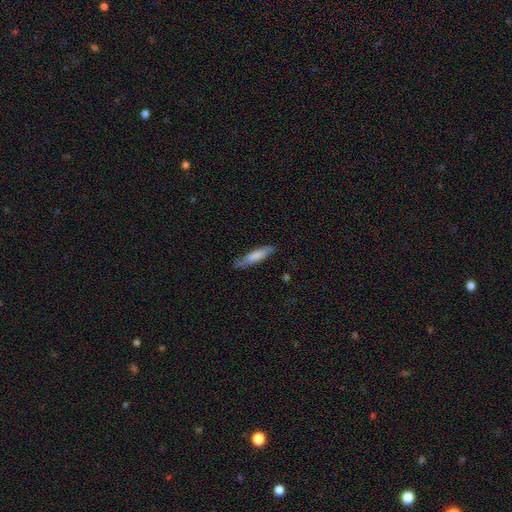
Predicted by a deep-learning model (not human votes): Overall: smooth (71%). How rounded: cigar-shaped (75%). Merging: none (73%).